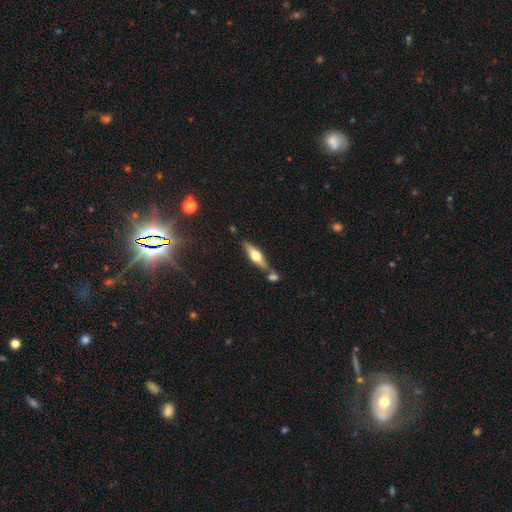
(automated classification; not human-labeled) Smooth or featured? featured or disk (62%)
Edge-on disk? yes (94%)
Edge-on bulge? rounded (94%)
Merging? none (68%)